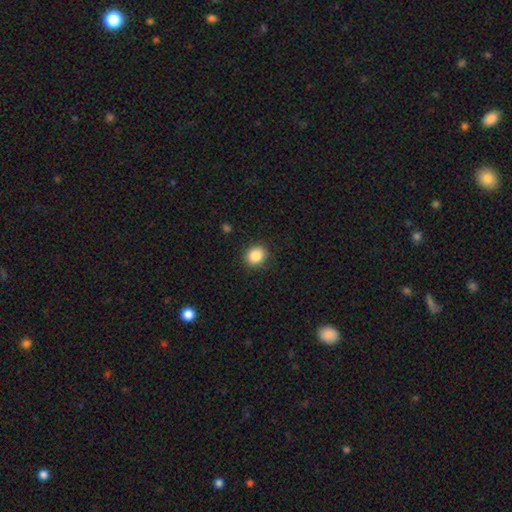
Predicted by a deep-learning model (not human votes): This appears to be a smooth galaxy with no disk features (86%) that is round (77%). Merging: none (88%).